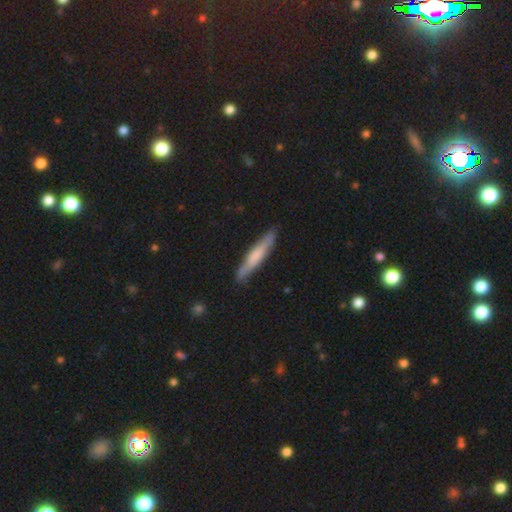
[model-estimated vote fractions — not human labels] Overall: smooth (58%; featured or disk 36%). How rounded: cigar-shaped (92%). Merging: none (86%).